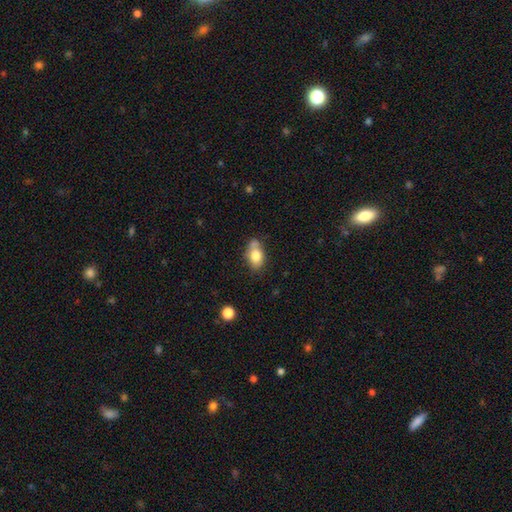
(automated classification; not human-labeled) A smooth galaxy with no disk features (77%) that is in between round and cigar-shaped (82%).

Vote fractions:
- Smooth or featured? smooth: 77% / featured or disk: 15% / star or artifact: 8%
- How rounded? in between: 82% / round: 15% / cigar-shaped: 3%
- Merging? none: 55% / minor disturbance: 26% / merger: 13% / major disturbance: 6%